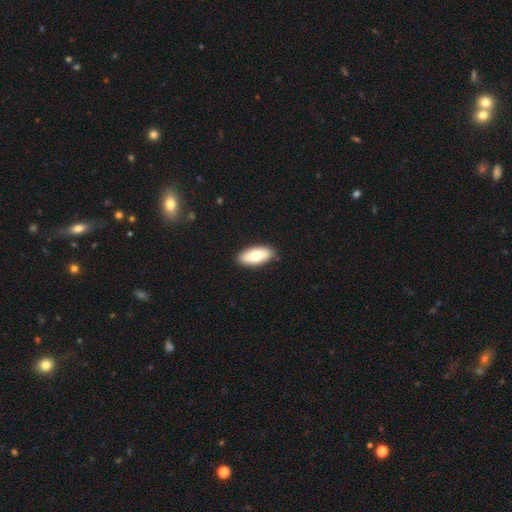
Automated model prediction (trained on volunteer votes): smooth-or-featured: smooth: 71% | featured or disk: 23% | star or artifact: 6%
  how-rounded: in between: 91% | cigar-shaped: 6% | round: 3%
  merging: none: 89% | minor disturbance: 8% | major disturbance: 2% | merger: 1%